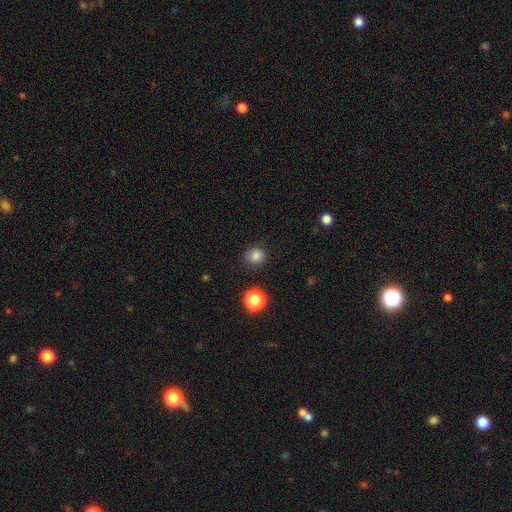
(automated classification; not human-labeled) The model was most divided on "how rounded": round: 83%, in between: 16%, cigar-shaped: 1%. More confident: merging — none (83%); smooth or featured — smooth (82%).